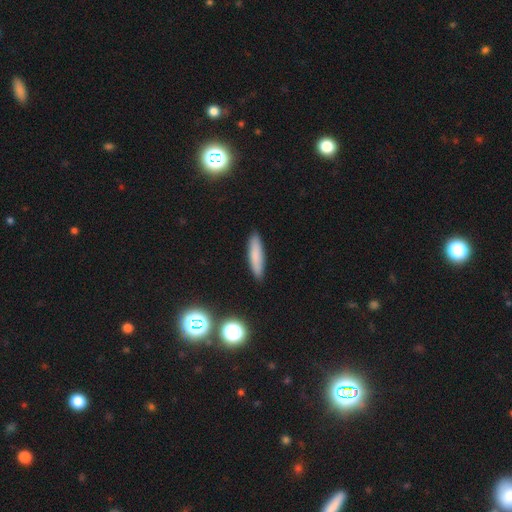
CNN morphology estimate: Smooth or featured: smooth — 80% (featured or disk — 12%)
How rounded: cigar-shaped — 81% (in between — 17%)
Merging: none — 89% (minor disturbance — 8%)